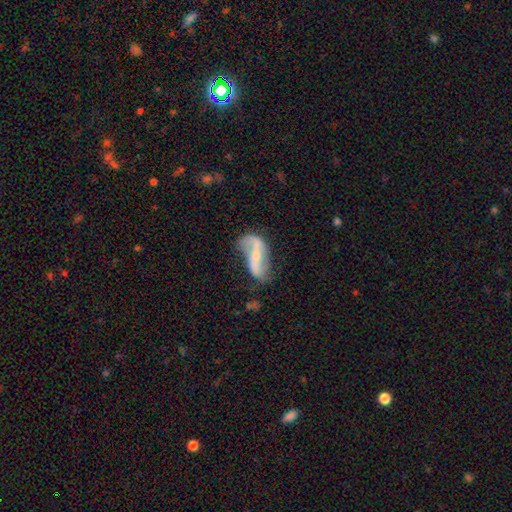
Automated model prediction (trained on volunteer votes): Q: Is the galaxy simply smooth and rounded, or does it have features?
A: featured or disk — 77%.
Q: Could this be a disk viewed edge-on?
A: no — 93%.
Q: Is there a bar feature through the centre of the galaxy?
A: strong — 48%.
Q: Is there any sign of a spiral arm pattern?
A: yes — 86%.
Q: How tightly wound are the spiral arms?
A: loose — 74%.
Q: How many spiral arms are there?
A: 2 — 86%.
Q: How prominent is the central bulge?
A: small — 59%.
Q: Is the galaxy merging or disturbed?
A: none — 52%.